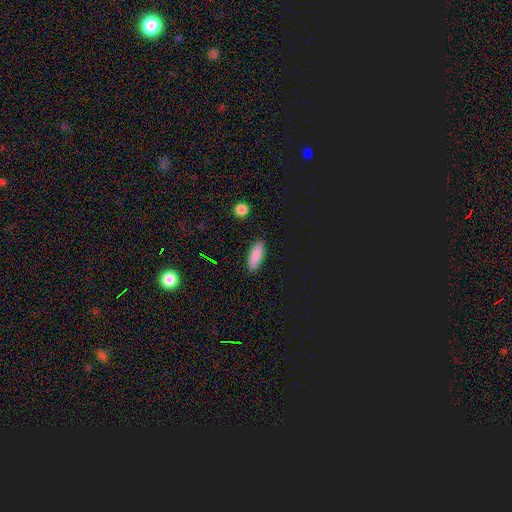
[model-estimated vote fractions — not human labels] Smooth or featured?
  - smooth: 86% *
  - star or artifact: 8%
  - featured or disk: 6%
How rounded?
  - in between: 65% *
  - cigar-shaped: 32%
  - round: 2%
Merging?
  - none: 87% *
  - minor disturbance: 9%
  - major disturbance: 2%
  - merger: 1%